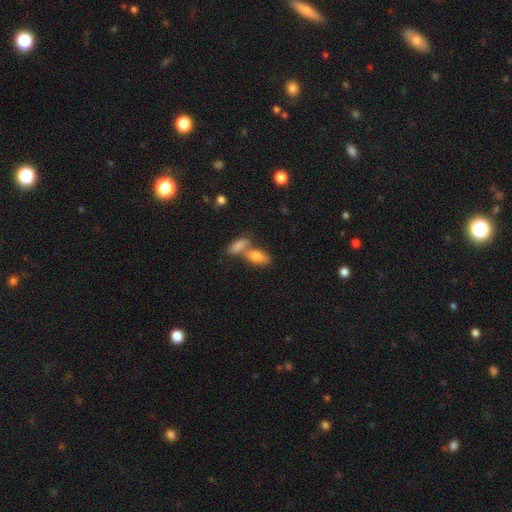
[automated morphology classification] A smooth galaxy with no disk features (79%) that is in between round and cigar-shaped (84%). Merging: merger (52%).